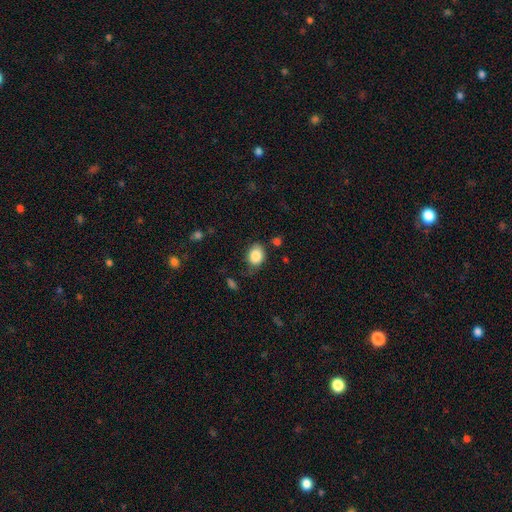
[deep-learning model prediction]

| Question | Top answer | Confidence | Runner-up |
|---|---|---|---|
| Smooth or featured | smooth | 86% | star or artifact (8%) |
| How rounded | in between | 59% | round (41%) |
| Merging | none | 72% | minor disturbance (20%) |